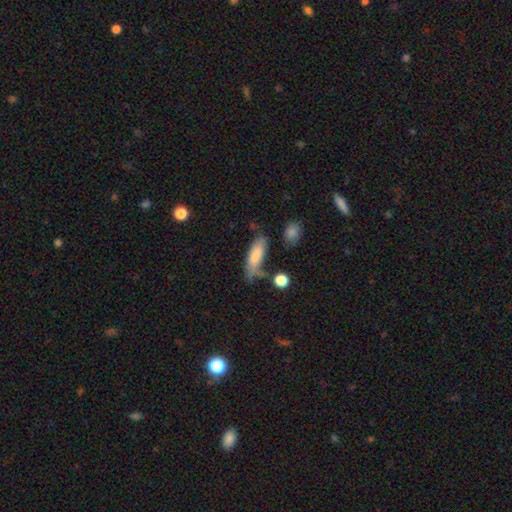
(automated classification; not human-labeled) smooth 76%, featured or disk 16%, star or artifact 7%. Down the decision tree: how rounded — in between (63%); merging — none (44%).